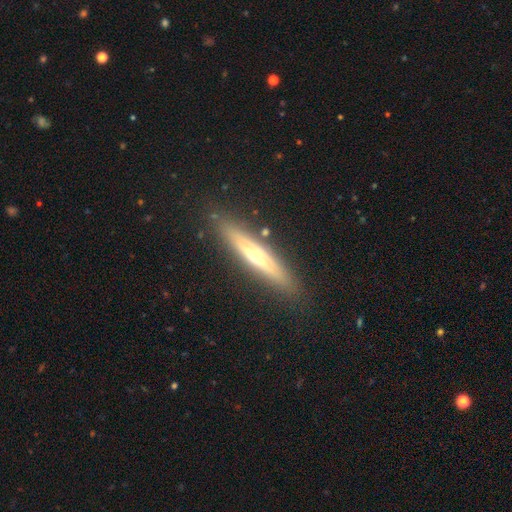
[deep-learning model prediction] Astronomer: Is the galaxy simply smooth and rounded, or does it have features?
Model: featured or disk — 57% (runner-up: smooth, 35%).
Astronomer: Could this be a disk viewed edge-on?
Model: yes — 90%.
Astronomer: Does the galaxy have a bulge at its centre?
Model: rounded — 77%.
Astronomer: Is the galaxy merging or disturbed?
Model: none — 88%.